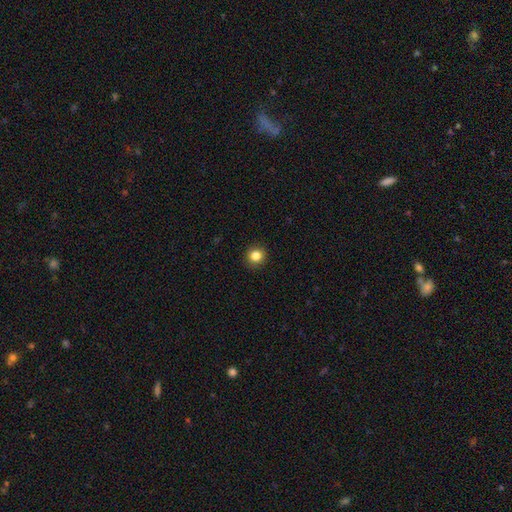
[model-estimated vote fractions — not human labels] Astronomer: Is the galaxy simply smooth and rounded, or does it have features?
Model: smooth — 84%.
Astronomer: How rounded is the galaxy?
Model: round — 92%.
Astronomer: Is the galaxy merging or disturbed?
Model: none — 92%.